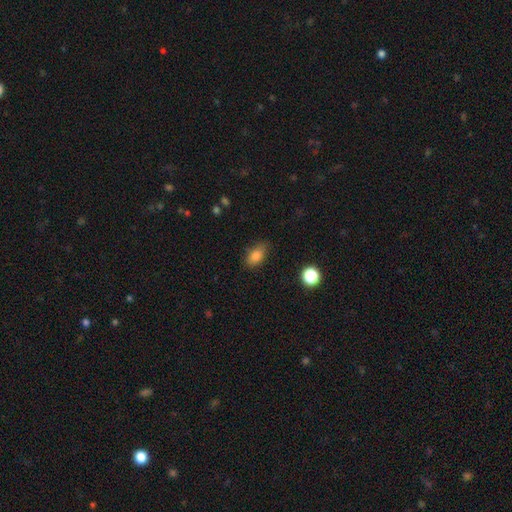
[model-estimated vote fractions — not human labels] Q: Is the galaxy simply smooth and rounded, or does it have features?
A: smooth — 84%.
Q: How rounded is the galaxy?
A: in between — 85%.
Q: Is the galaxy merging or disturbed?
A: none — 76%.